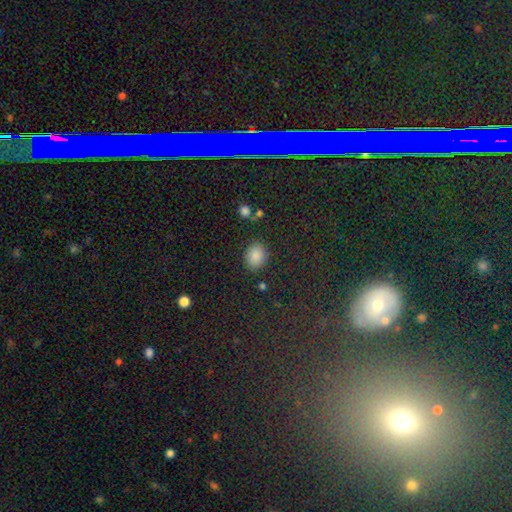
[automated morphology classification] Overall: smooth (84%). How rounded: in between (58%; round 41%). Merging: none (84%).